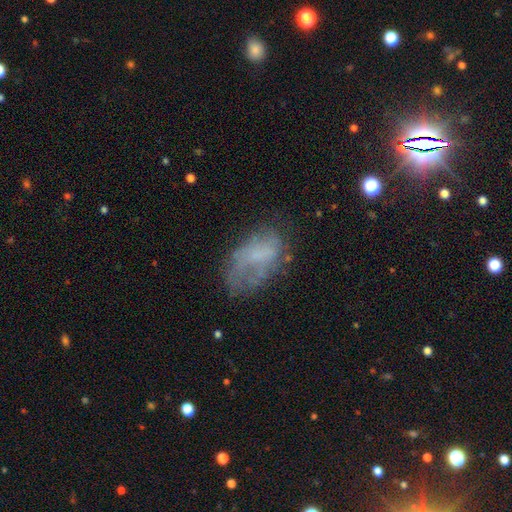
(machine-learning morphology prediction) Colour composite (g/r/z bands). It shows a smooth galaxy with no disk features (48%). Merging: none (46%).